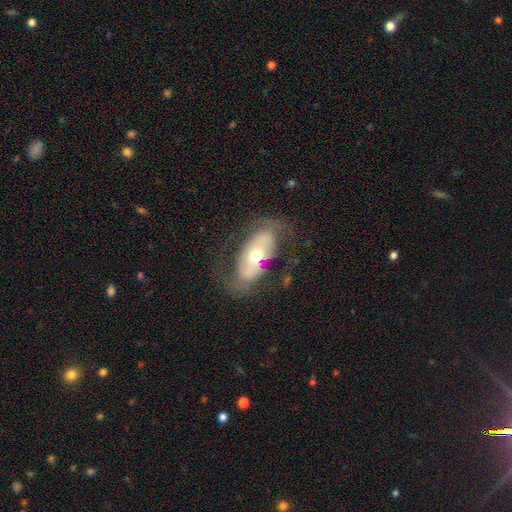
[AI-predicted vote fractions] This is likely a featured or disk galaxy (65%). It is clearly not viewed edge-on (89%). Bar: possibly no (60%). Spiral arm pattern: possibly yes (56%). Central bulge: likely moderate (69%). Merging: likely none (66%).